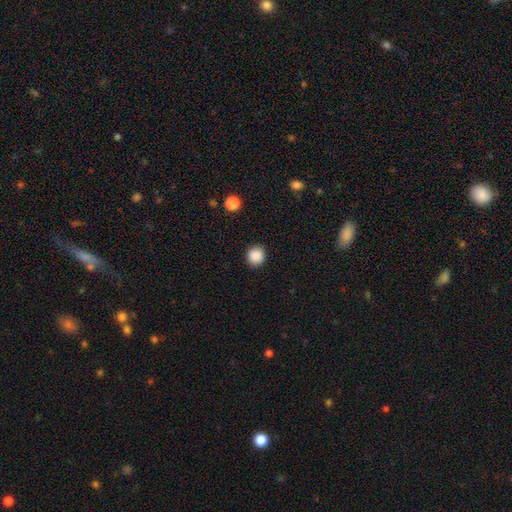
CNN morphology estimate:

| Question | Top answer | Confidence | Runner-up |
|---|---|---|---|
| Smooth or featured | smooth | 88% | star or artifact (9%) |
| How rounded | round | 87% | in between (12%) |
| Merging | none | 90% | minor disturbance (7%) |